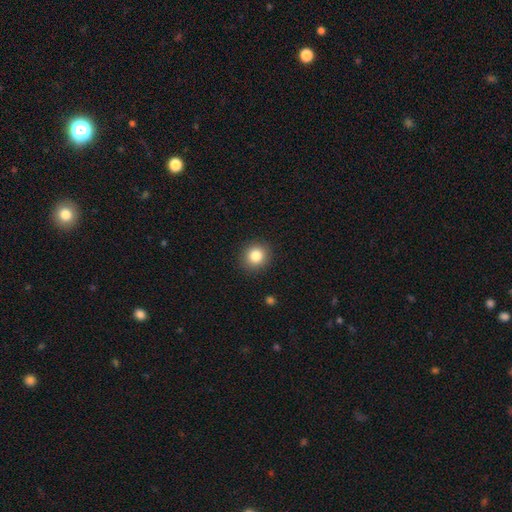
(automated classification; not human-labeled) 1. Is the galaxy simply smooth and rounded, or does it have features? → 83% smooth, 11% star or artifact, 7% featured or disk.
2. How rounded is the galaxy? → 87% round, 12% in between, 1% cigar-shaped.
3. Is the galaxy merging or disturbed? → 91% none, 6% minor disturbance, 2% major disturbance, 1% merger.